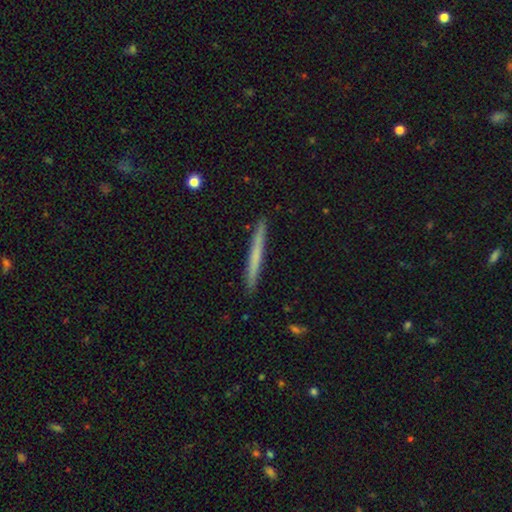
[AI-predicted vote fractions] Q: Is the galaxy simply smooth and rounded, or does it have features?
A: smooth — 57%.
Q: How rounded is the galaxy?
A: cigar-shaped — 97%.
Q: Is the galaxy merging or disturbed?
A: none — 92%.